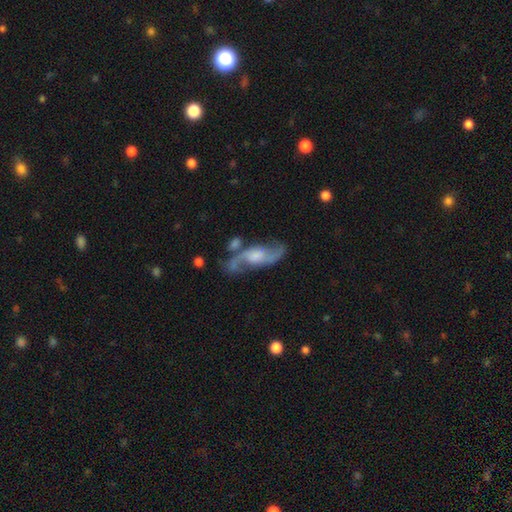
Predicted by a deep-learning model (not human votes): Morphology: type=featured or disk (84%); edge-on=no (90%); bar=no (47%); spiral arms=yes (95%); winding=loose (56%); arm count=2 (92%); bulge=moderate (37%); merging=none (64%).